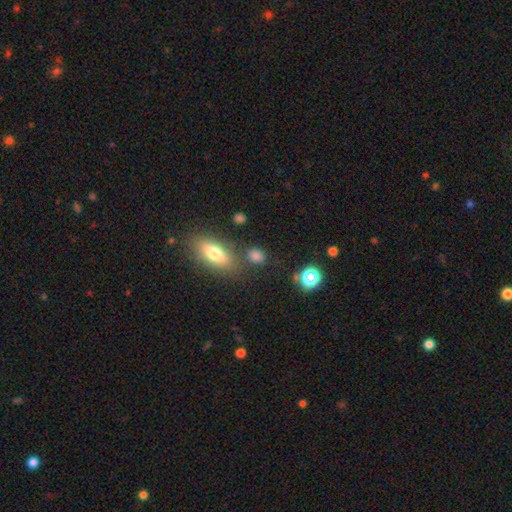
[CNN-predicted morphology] A smooth galaxy with no disk features (77%) that is in between round and cigar-shaped (54%).

Vote fractions:
- Smooth or featured? smooth: 77% / star or artifact: 16% / featured or disk: 7%
- How rounded? in between: 54% / round: 42% / cigar-shaped: 5%
- Merging? none: 72% / minor disturbance: 13% / merger: 10% / major disturbance: 5%